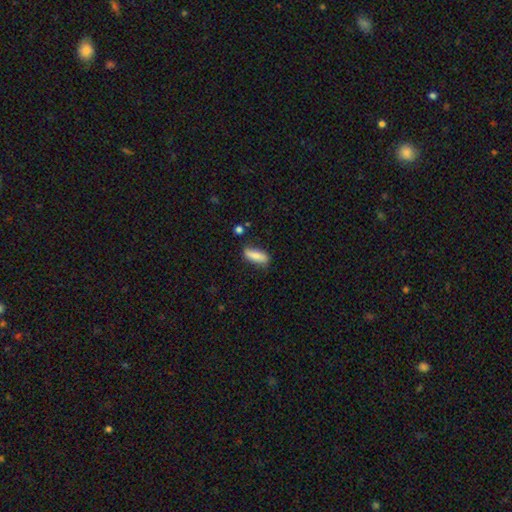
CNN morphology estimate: Smooth or featured? Predicted: smooth (p=0.67). How rounded? Predicted: in between (p=0.65). Merging? Predicted: none (p=0.71).